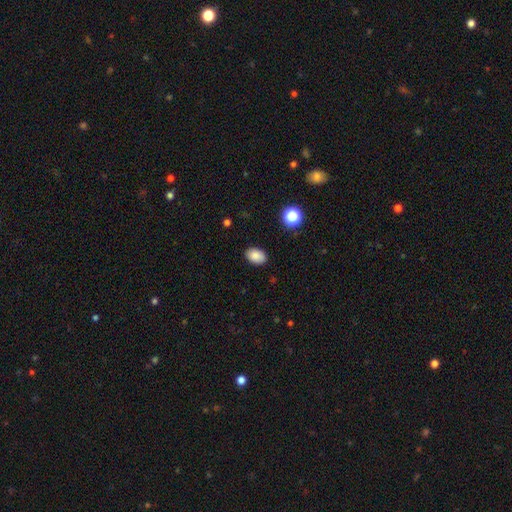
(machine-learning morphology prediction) type=smooth (86%); roundness=in between (85%); merging=none (88%).